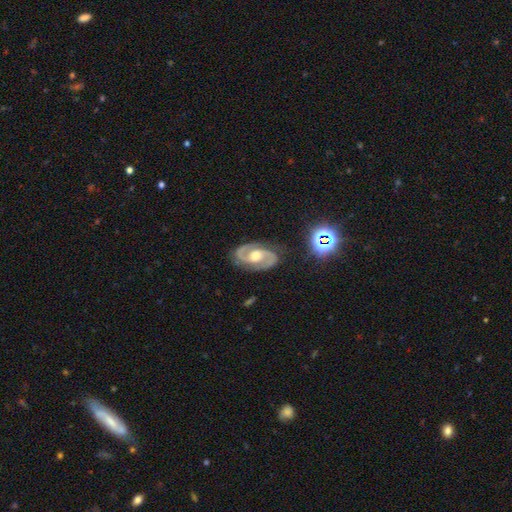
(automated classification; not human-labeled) featured or disk 89%, star or artifact 6%, smooth 6%. Down the decision tree: edge-on disk — no (97%); bar — no (45%); spiral arms — yes (97%); spiral arm count — 2 (93%); spiral winding — medium (56%); bulge size — moderate (67%); merging — none (83%).